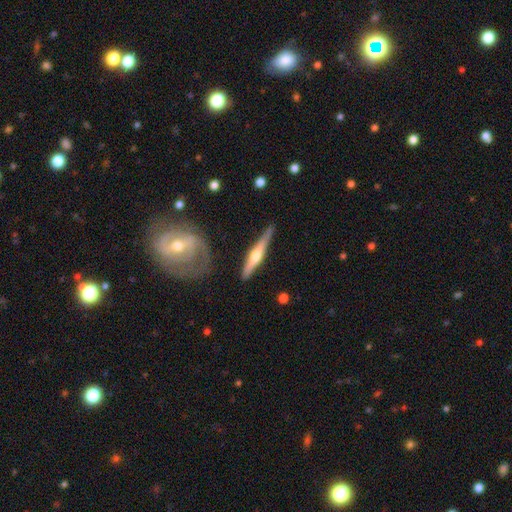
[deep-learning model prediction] A featured or disk galaxy (66%) viewed edge-on (96%) with a rounded central bulge (88%). Merging: none (83%).